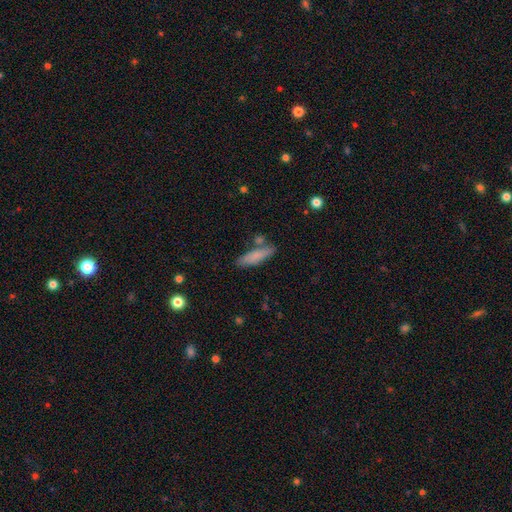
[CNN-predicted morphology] smooth_or_featured: smooth (p=0.81) [alt: featured or disk p=0.13]
how_rounded: cigar-shaped (p=0.70) [alt: in between p=0.28]
merging: none (p=0.75) [alt: minor disturbance p=0.13]